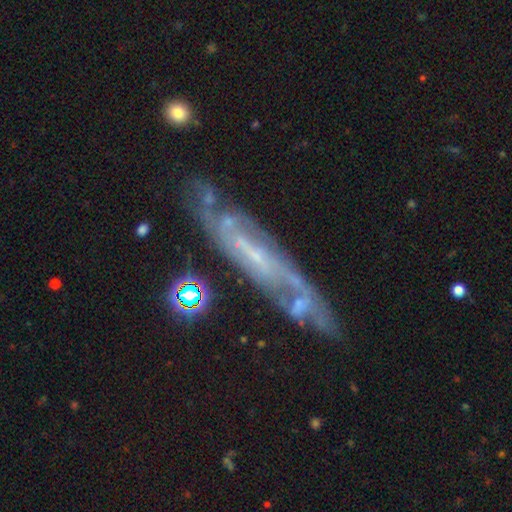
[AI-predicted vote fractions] A featured or disk galaxy (81%) with no bar (45%), spiral arms (92%) and a small central bulge (71%). Merging: none (71%).